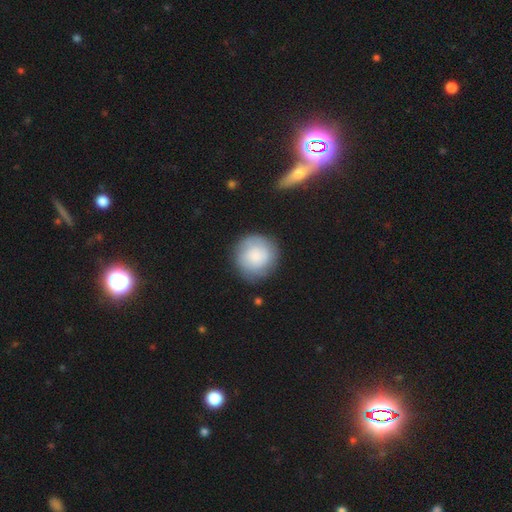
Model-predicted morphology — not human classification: Overall: smooth (72%). How rounded: round (93%). Merging: none (80%).